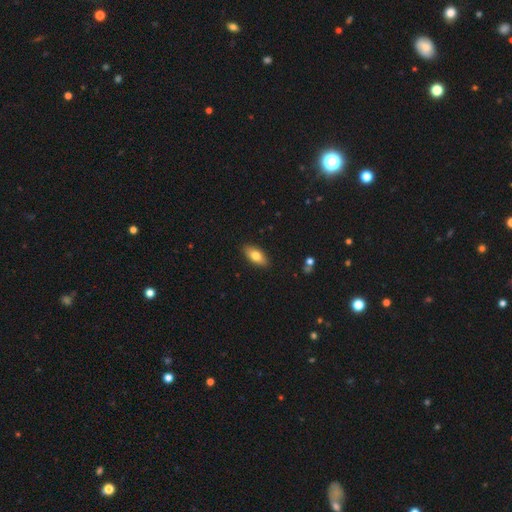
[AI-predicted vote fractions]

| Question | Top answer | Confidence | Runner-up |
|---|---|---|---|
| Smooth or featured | smooth | 77% | featured or disk (16%) |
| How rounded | in between | 86% | cigar-shaped (11%) |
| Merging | none | 88% | minor disturbance (9%) |